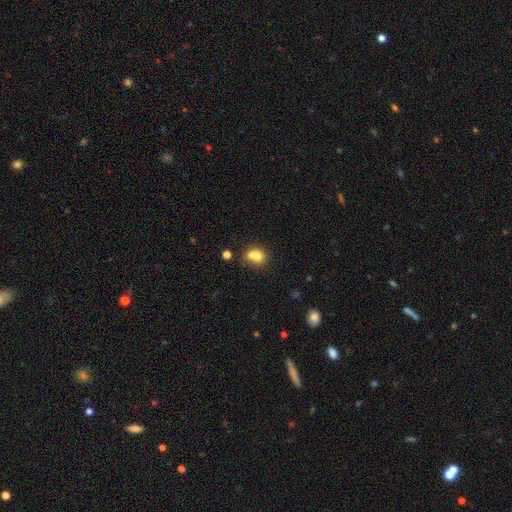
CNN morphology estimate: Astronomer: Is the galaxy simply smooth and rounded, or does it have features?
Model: smooth — 71%.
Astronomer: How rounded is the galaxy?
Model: round — 66%.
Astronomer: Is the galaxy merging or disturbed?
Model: merger — 59%.